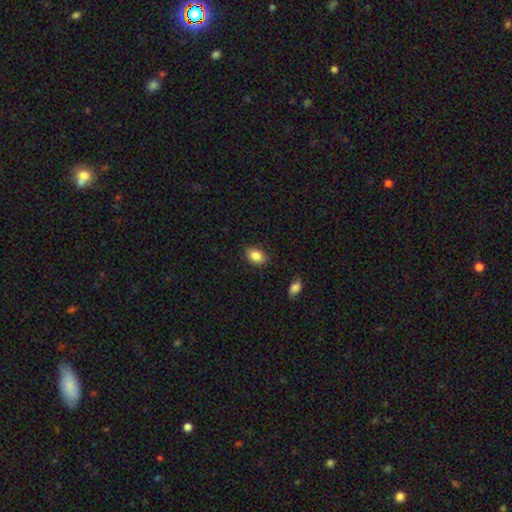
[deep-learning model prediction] Smooth or featured: smooth — 86% (star or artifact — 8%)
How rounded: in between — 81% (round — 17%)
Merging: none — 86% (minor disturbance — 10%)